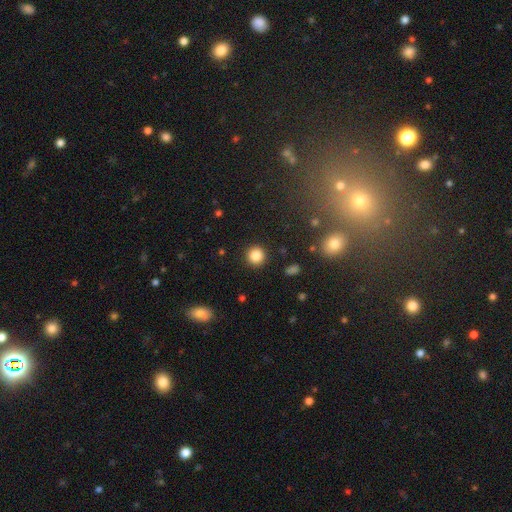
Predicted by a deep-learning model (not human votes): smooth 84%, star or artifact 11%, featured or disk 5%. Down the decision tree: how rounded — round (94%); merging — none (92%).